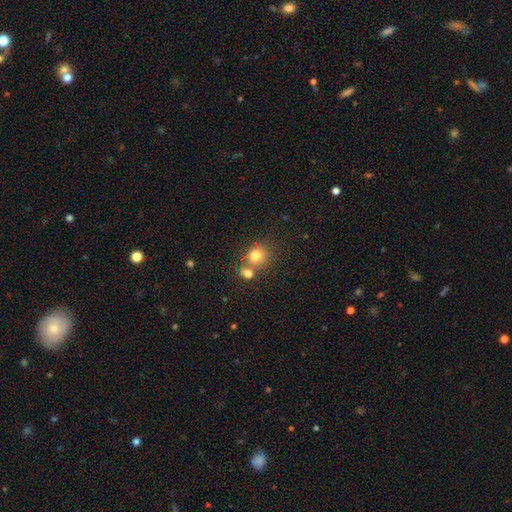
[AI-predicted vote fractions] This is likely a smooth galaxy (75%). How rounded: clearly round (80%). Merging: possibly none (52%).